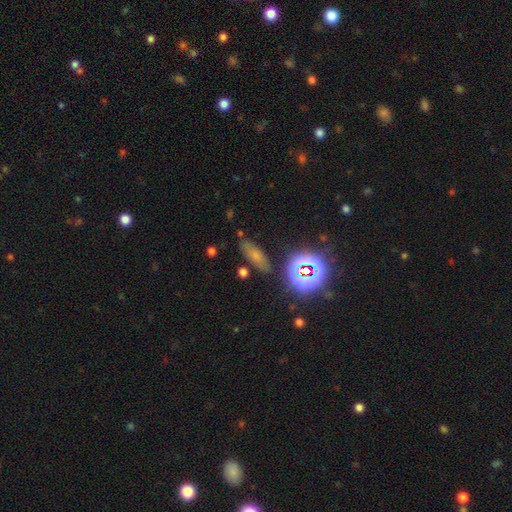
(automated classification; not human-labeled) smooth-or-featured: smooth: 63% | star or artifact: 23% | featured or disk: 14%
  how-rounded: in between: 55% | cigar-shaped: 36% | round: 9%
  merging: none: 79% | minor disturbance: 13% | merger: 5% | major disturbance: 4%